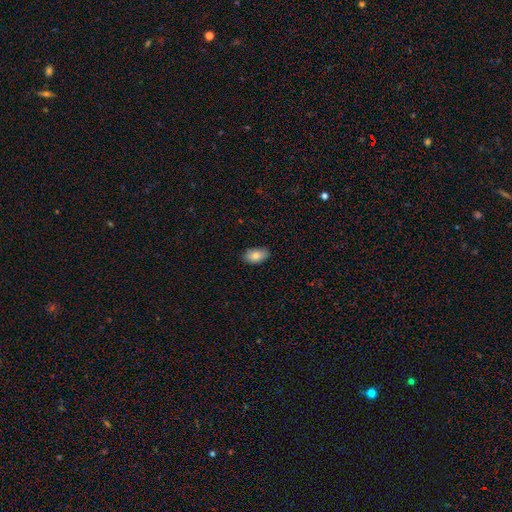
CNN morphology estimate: smooth_or_featured: smooth (p=0.82) [alt: featured or disk p=0.11]
how_rounded: in between (p=0.93) [alt: round p=0.05]
merging: none (p=0.85) [alt: minor disturbance p=0.12]